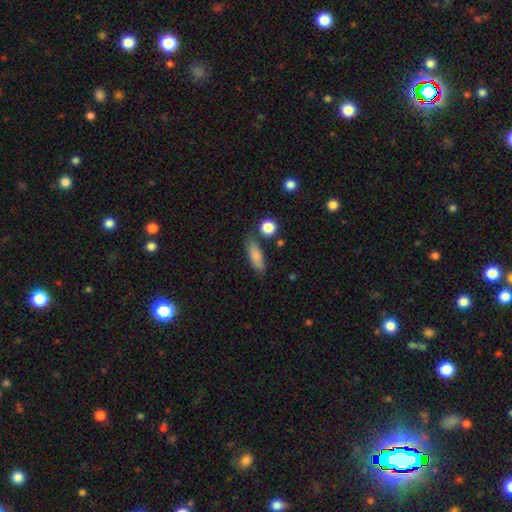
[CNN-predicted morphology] Q: Smooth or featured?
A: smooth (83%); runner-up: featured or disk (10%)
Q: How rounded?
A: in between (59%); runner-up: cigar-shaped (38%)
Q: Merging?
A: none (75%); runner-up: minor disturbance (16%)